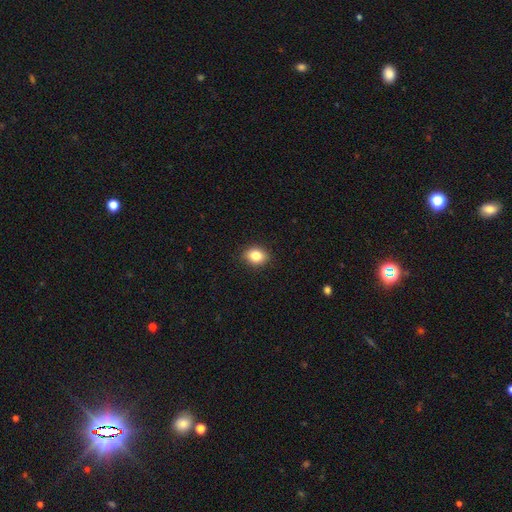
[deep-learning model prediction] A smooth galaxy with no disk features (83%) that is in between round and cigar-shaped (55%).

Vote fractions:
- Smooth or featured? smooth: 83% / star or artifact: 10% / featured or disk: 7%
- How rounded? in between: 55% / round: 44% / cigar-shaped: 1%
- Merging? none: 89% / minor disturbance: 8% / major disturbance: 2% / merger: 1%